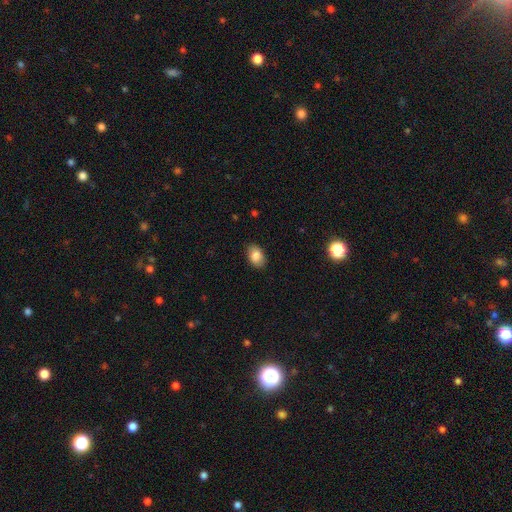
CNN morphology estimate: Q: Smooth or featured?
A: smooth (86%); runner-up: star or artifact (8%)
Q: How rounded?
A: in between (86%); runner-up: round (13%)
Q: Merging?
A: none (85%); runner-up: minor disturbance (12%)